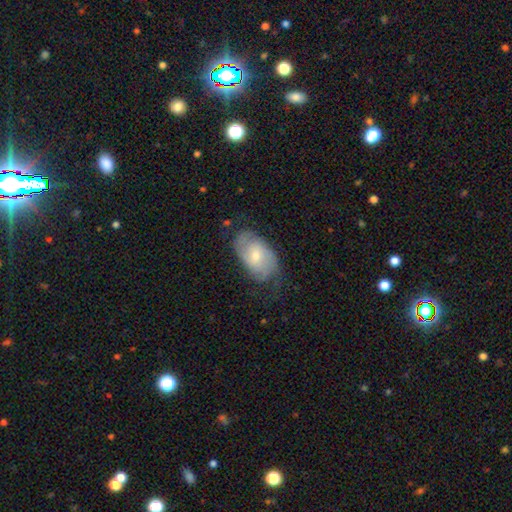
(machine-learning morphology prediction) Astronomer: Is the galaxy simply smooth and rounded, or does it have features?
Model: featured or disk — 50% (runner-up: smooth, 43%).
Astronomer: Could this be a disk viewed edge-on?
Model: no — 94%.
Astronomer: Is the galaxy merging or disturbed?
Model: none — 59%.